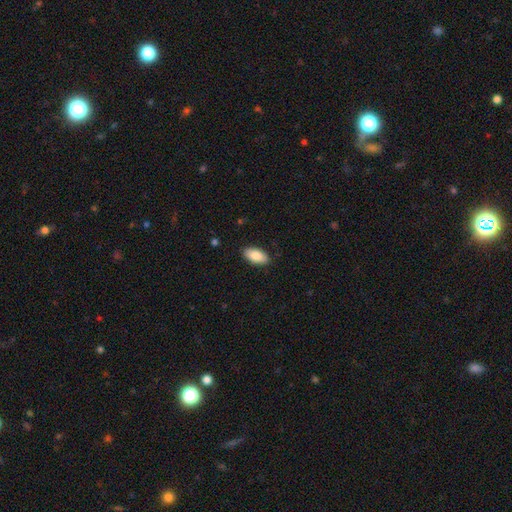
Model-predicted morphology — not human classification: smooth 86%, featured or disk 8%, star or artifact 6%. Down the decision tree: how rounded — in between (93%); merging — none (88%).